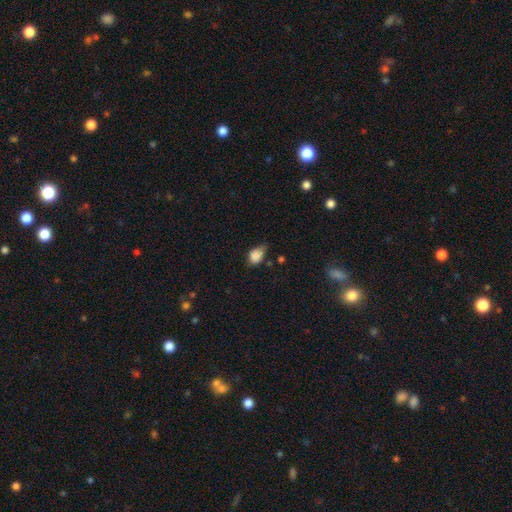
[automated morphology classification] Smooth or featured? Predicted: smooth (p=0.85). How rounded? Predicted: in between (p=0.66). Merging? Predicted: minor disturbance (p=0.45).